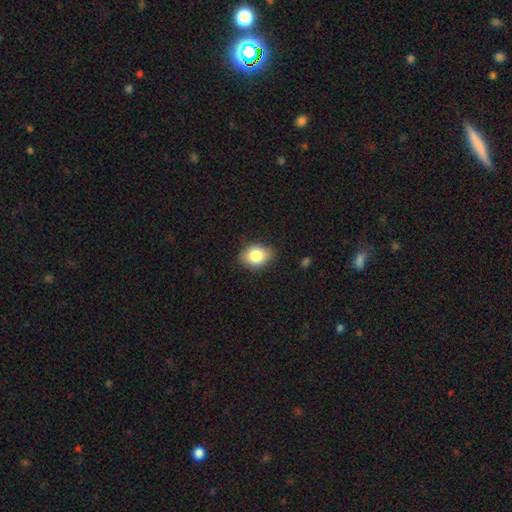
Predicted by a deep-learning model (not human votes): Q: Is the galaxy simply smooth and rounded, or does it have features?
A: smooth — 84%.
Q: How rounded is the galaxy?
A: in between — 66%.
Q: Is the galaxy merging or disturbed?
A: none — 81%.